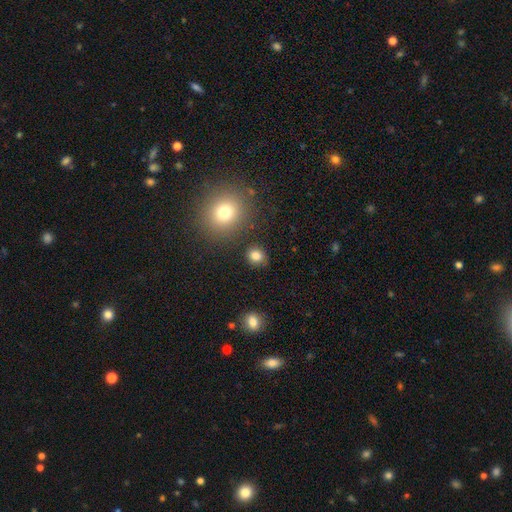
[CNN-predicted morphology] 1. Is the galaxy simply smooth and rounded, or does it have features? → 82% smooth, 13% star or artifact, 5% featured or disk.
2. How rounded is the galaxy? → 79% round, 20% in between, 1% cigar-shaped.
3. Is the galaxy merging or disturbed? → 86% none, 8% minor disturbance, 3% merger, 3% major disturbance.